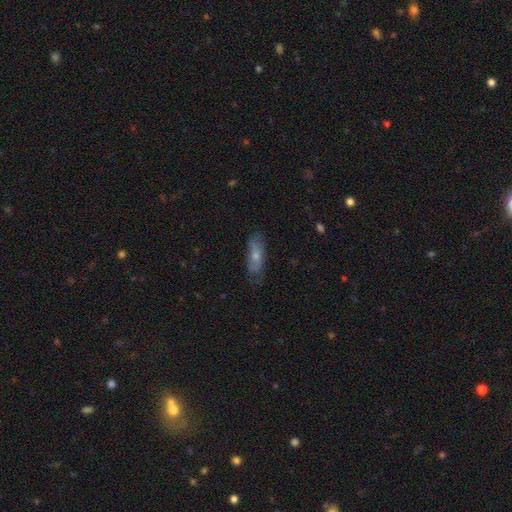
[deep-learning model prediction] smooth_or_featured: smooth (p=0.56) [alt: featured or disk p=0.37]
how_rounded: in between (p=0.55) [alt: cigar-shaped p=0.42]
merging: none (p=0.69) [alt: minor disturbance p=0.23]